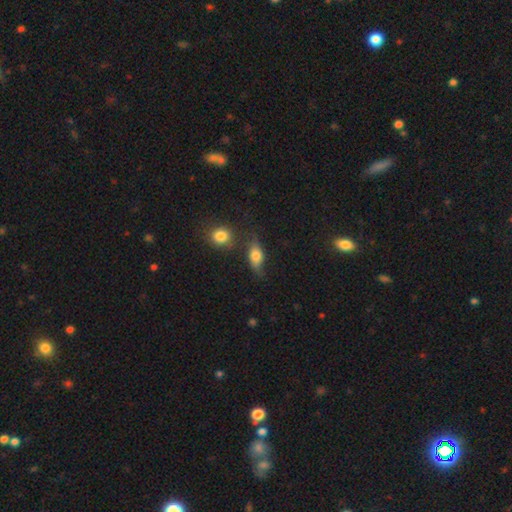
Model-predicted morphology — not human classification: This appears to be a smooth galaxy with no disk features (70%) that is in between round and cigar-shaped (78%). Merging: none (58%).